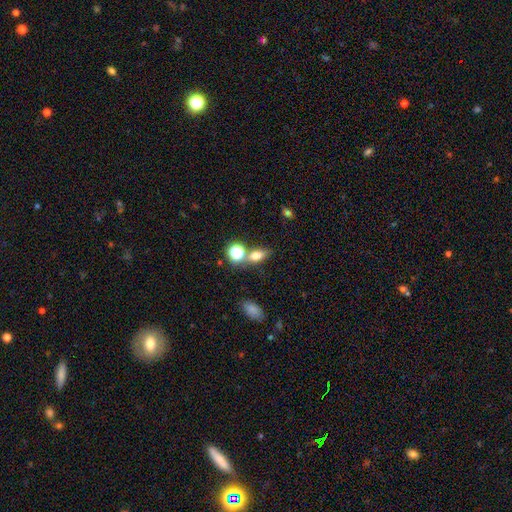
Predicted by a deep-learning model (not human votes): Smooth or featured? Predicted: smooth (p=0.70). How rounded? Predicted: in between (p=0.70). Merging? Predicted: none (p=0.59).